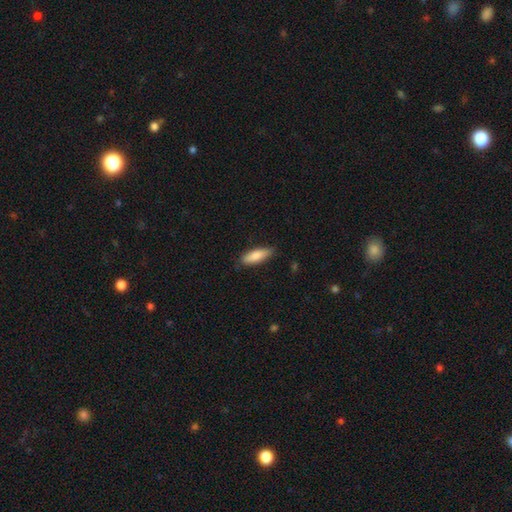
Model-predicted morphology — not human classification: smooth_or_featured: smooth (p=0.81) [alt: featured or disk p=0.13]
how_rounded: in between (p=0.53) [alt: cigar-shaped p=0.45]
merging: none (p=0.82) [alt: minor disturbance p=0.15]